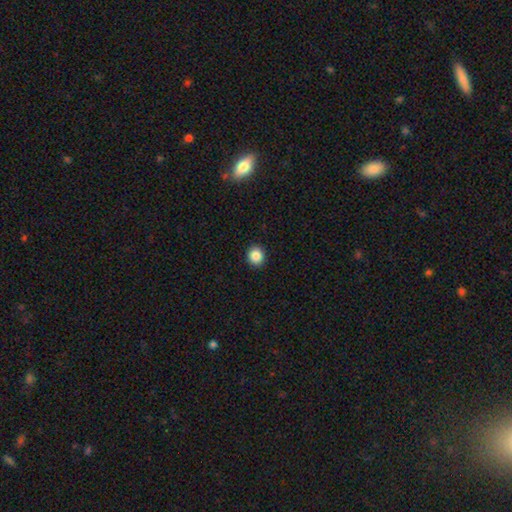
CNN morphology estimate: A smooth galaxy with no disk features (87%) that is round (82%). Merging: none (92%).